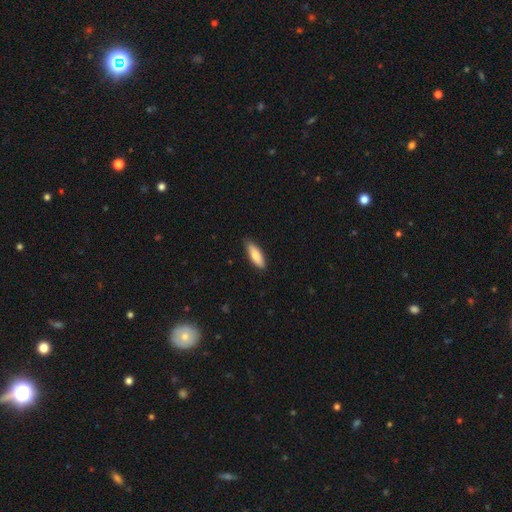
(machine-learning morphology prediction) This is likely a smooth galaxy (80%). How rounded: possibly in between (60%). Merging: clearly none (84%).